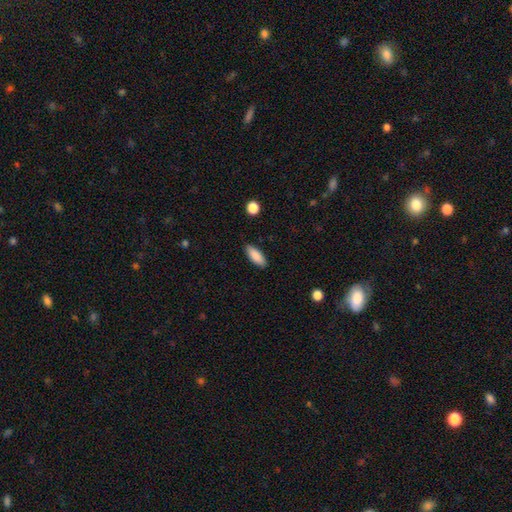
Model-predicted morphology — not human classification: This is clearly a smooth galaxy (88%). How rounded: likely in between (74%). Merging: clearly none (87%).